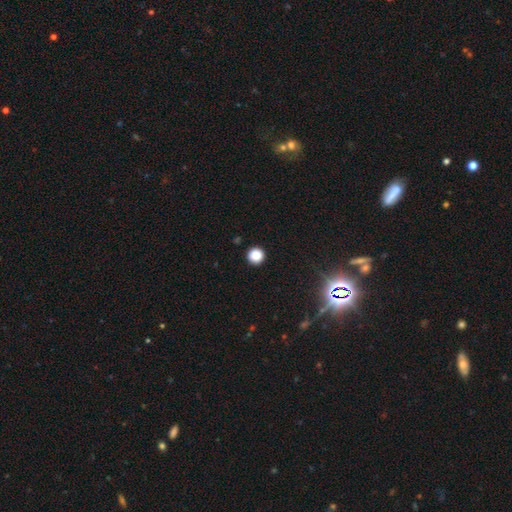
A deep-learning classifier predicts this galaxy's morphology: Overall: smooth (85%). How rounded: round (96%). Merging: none (93%).